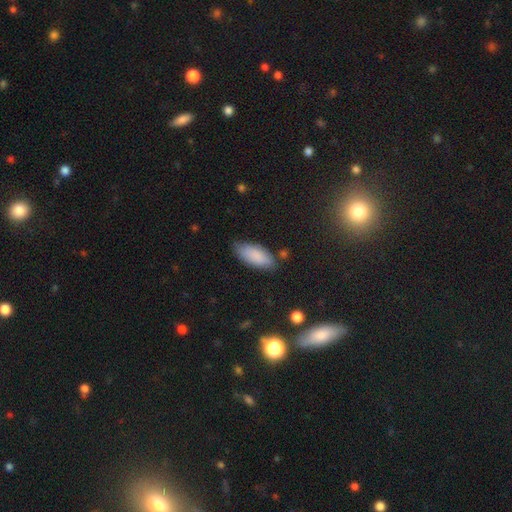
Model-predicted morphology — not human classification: The model was most divided on "merging": none: 74%, minor disturbance: 20%, major disturbance: 4%, merger: 3%. More confident: smooth or featured — smooth (86%); how rounded — in between (86%).